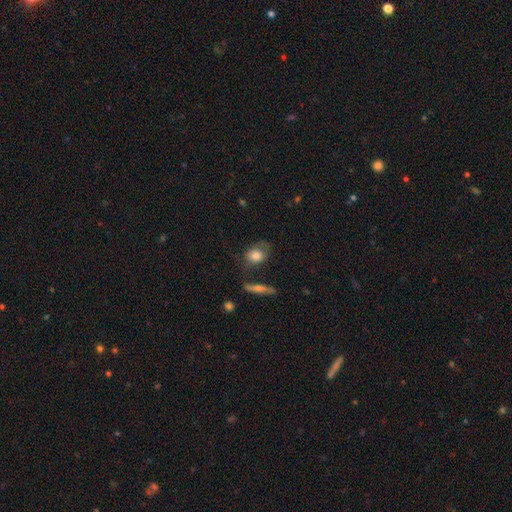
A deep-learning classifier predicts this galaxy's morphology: Overall: smooth (74%). How rounded: in between (62%; round 35%). Merging: none (45%; minor disturbance 30%).